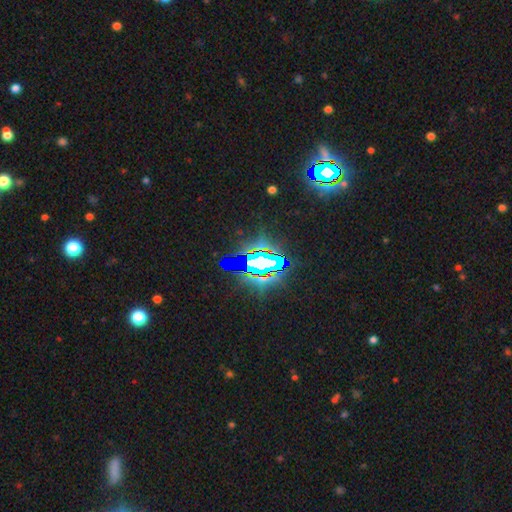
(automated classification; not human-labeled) star or artifact 72%, featured or disk 16%, smooth 13%.